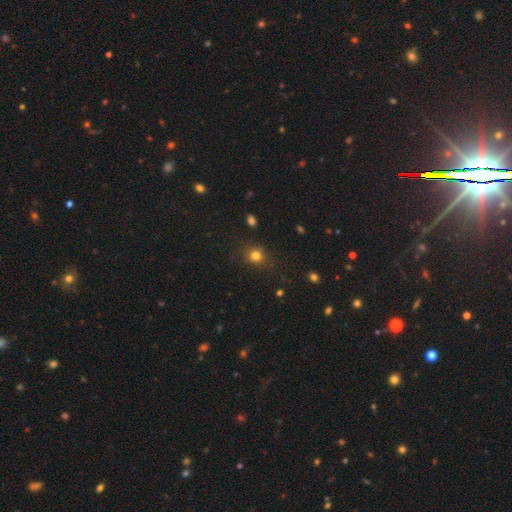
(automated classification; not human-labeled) Smooth or featured? Predicted: smooth (p=0.78). How rounded? Predicted: round (p=0.82). Merging? Predicted: none (p=0.84).